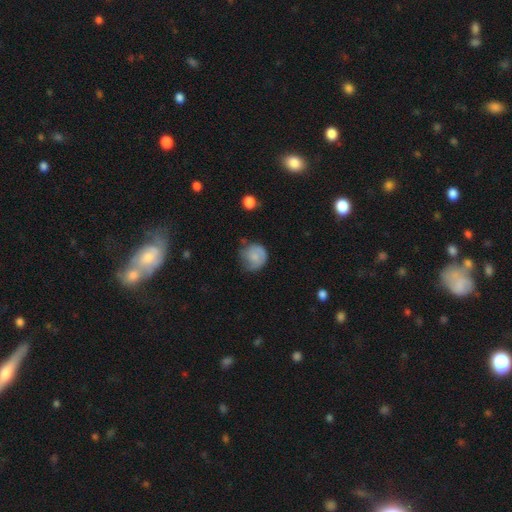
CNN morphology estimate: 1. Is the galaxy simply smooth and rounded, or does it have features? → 71% smooth, 21% featured or disk, 8% star or artifact.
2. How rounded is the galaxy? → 83% round, 16% in between, 1% cigar-shaped.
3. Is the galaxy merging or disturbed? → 49% none, 34% minor disturbance, 14% major disturbance, 2% merger.